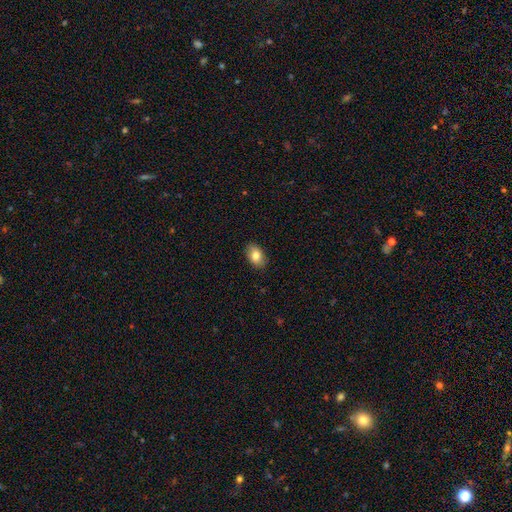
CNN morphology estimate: type=smooth (82%); roundness=in between (88%); merging=none (88%).